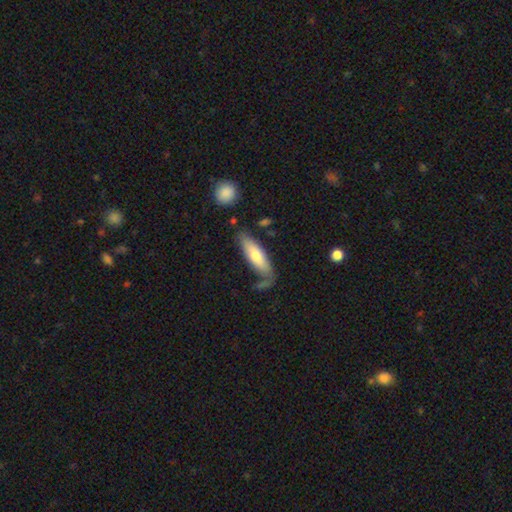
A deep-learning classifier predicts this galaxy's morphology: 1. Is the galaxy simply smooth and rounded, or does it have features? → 65% smooth, 30% featured or disk, 5% star or artifact.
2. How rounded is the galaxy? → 52% cigar-shaped, 46% in between, 2% round.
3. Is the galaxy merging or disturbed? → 60% none, 23% minor disturbance, 9% major disturbance, 8% merger.